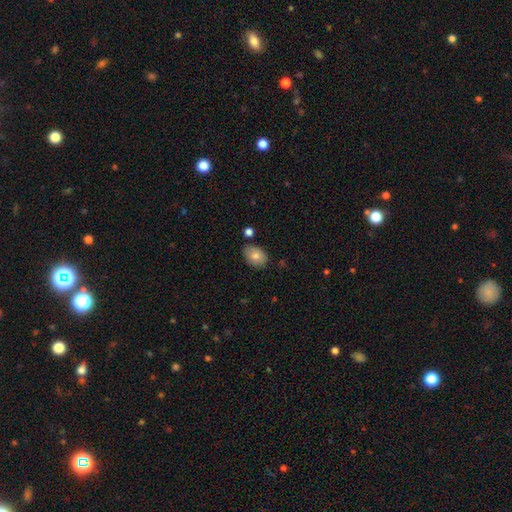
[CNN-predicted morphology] This appears to be a smooth galaxy with no disk features (80%) that is in between round and cigar-shaped (79%). Merging: none (78%).